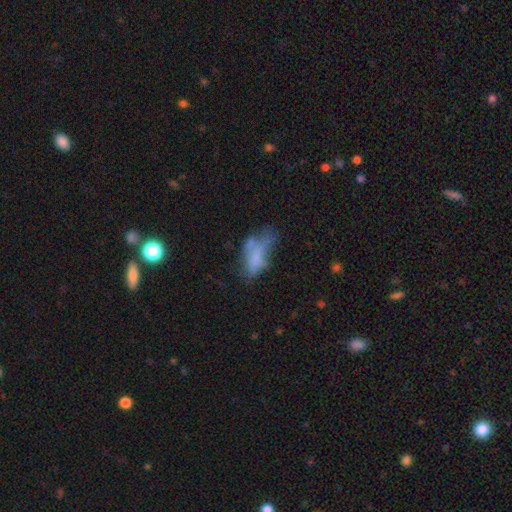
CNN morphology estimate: A smooth galaxy with no disk features (57%) that is in between round and cigar-shaped (79%). Merging: major disturbance (31%).